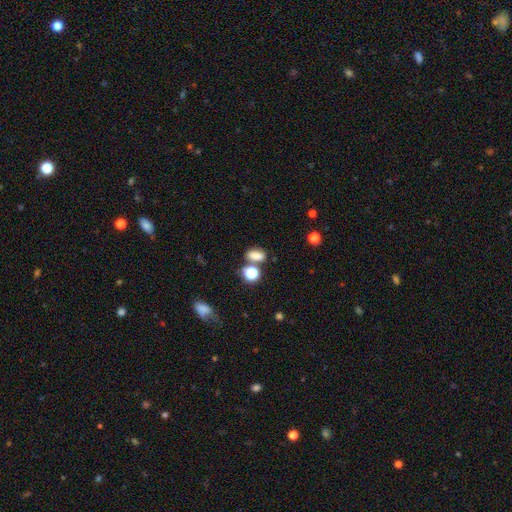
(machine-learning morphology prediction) Smooth or featured?
  - smooth: 75% *
  - star or artifact: 16%
  - featured or disk: 9%
How rounded?
  - in between: 78% *
  - round: 18%
  - cigar-shaped: 4%
Merging?
  - none: 62% *
  - merger: 19%
  - minor disturbance: 13%
  - major disturbance: 5%